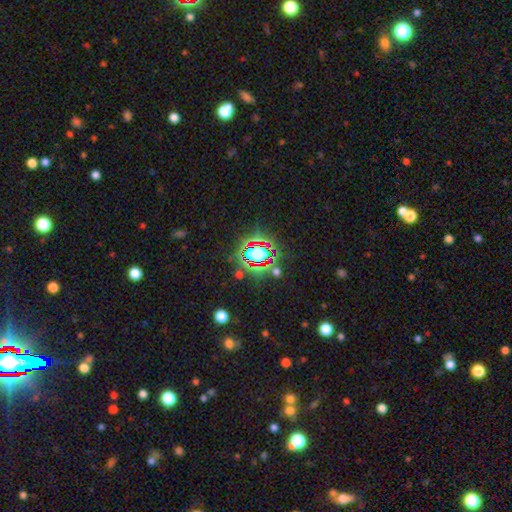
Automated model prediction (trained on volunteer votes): The model was most divided on "smooth or featured": star or artifact: 70%, smooth: 19%, featured or disk: 11%.